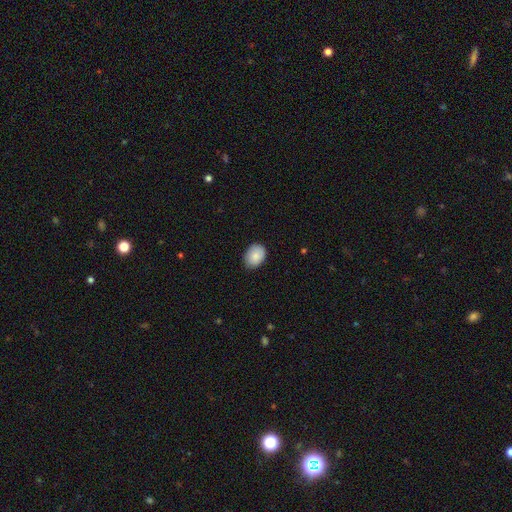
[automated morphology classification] type=smooth (86%); roundness=in between (72%); merging=none (82%).